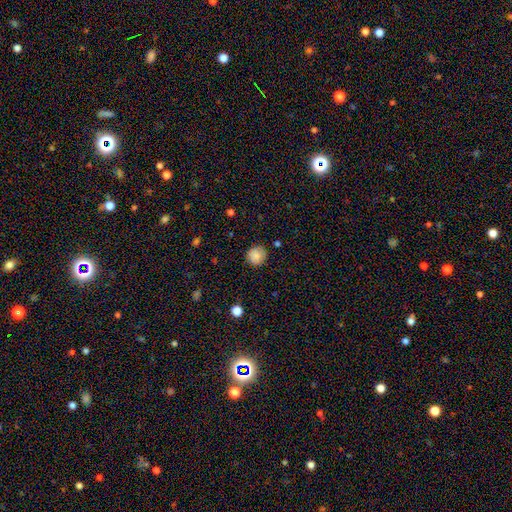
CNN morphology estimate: smooth_or_featured: smooth (p=0.83) [alt: star or artifact p=0.09]
how_rounded: round (p=0.90) [alt: in between p=0.09]
merging: none (p=0.85) [alt: minor disturbance p=0.11]